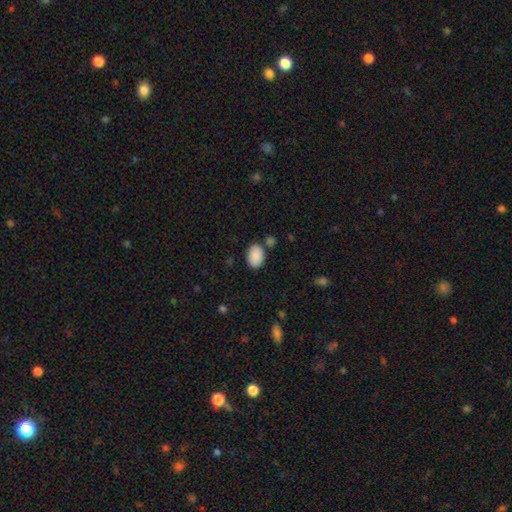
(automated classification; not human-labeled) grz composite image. It shows a smooth galaxy with no disk features (89%) that is in between round and cigar-shaped (86%). Merging: none (74%).